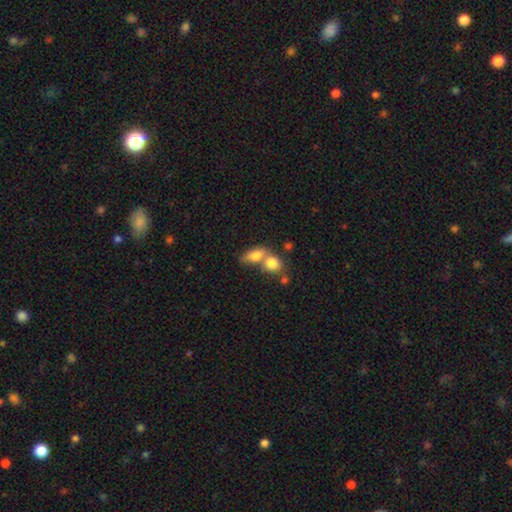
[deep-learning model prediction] A smooth galaxy with no disk features (78%) that is in between round and cigar-shaped (74%).

Vote fractions:
- Smooth or featured? smooth: 78% / featured or disk: 14% / star or artifact: 8%
- How rounded? in between: 74% / round: 20% / cigar-shaped: 6%
- Merging? merger: 57% / none: 30% / minor disturbance: 9% / major disturbance: 4%